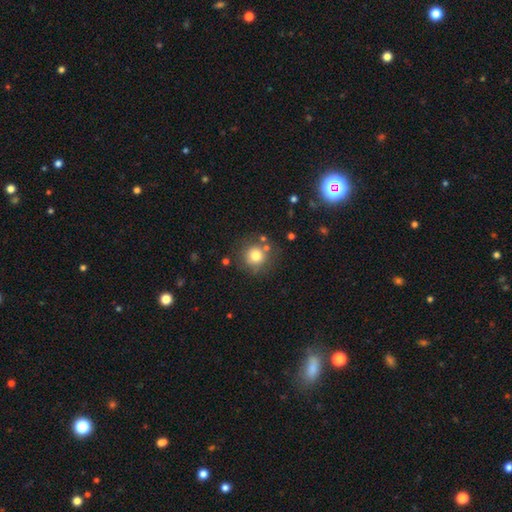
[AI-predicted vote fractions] Morphology: type=smooth (78%); roundness=round (93%); merging=none (77%).